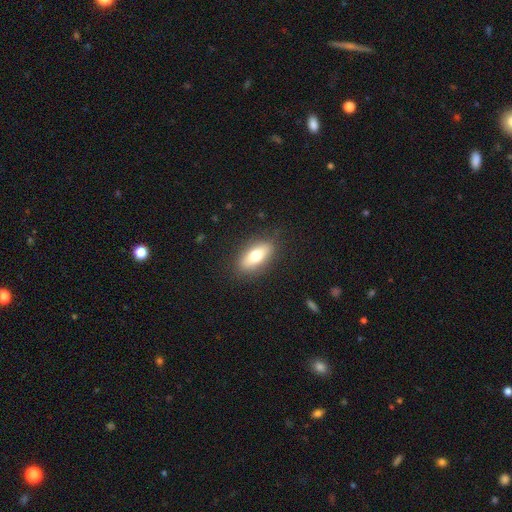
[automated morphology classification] This is likely a smooth galaxy (70%). How rounded: clearly in between (80%). Merging: clearly none (86%).